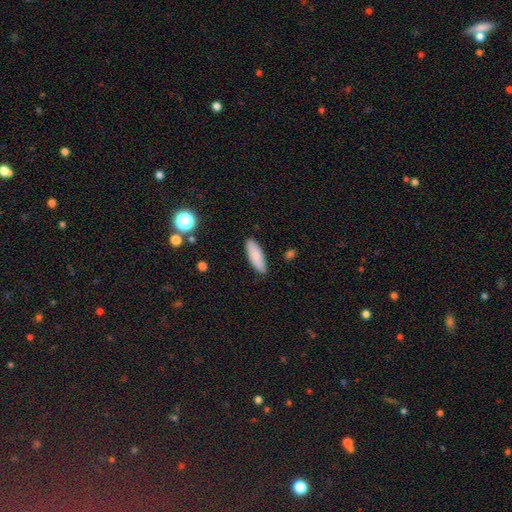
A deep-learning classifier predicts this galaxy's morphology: smooth-or-featured: smooth: 86% | featured or disk: 8% | star or artifact: 6%
  how-rounded: in between: 56% | cigar-shaped: 42% | round: 2%
  merging: none: 86% | minor disturbance: 10% | major disturbance: 2% | merger: 1%